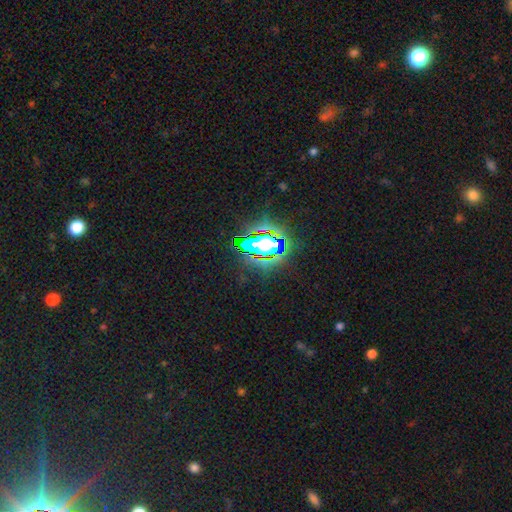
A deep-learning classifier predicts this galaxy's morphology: type=star or artifact (70%).